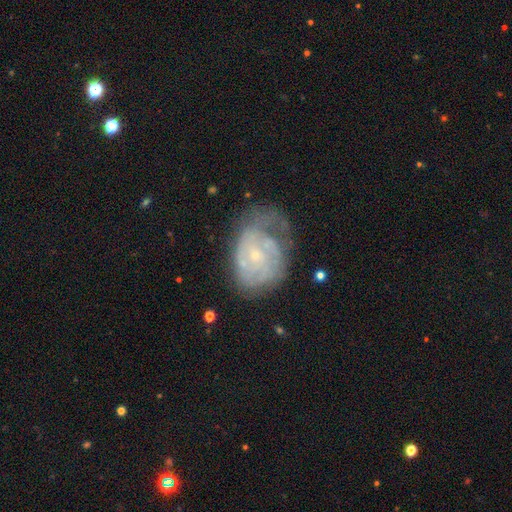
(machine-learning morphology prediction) featured or disk 76%, smooth 16%, star or artifact 8%. Down the decision tree: edge-on disk — no (97%); bar — no (78%); spiral arms — yes (83%); spiral arm count — can't tell (49%); spiral winding — tight (61%); bulge size — small (79%); merging — none (41%).